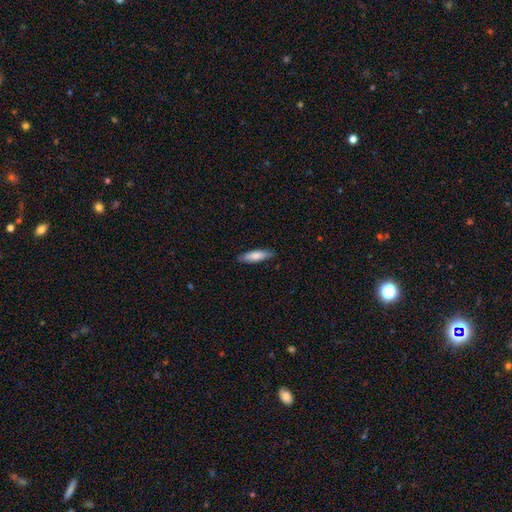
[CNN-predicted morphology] Smooth or featured?
  - smooth: 80% *
  - featured or disk: 15%
  - star or artifact: 5%
How rounded?
  - cigar-shaped: 63% *
  - in between: 35%
  - round: 1%
Merging?
  - none: 87% *
  - minor disturbance: 10%
  - major disturbance: 2%
  - merger: 1%